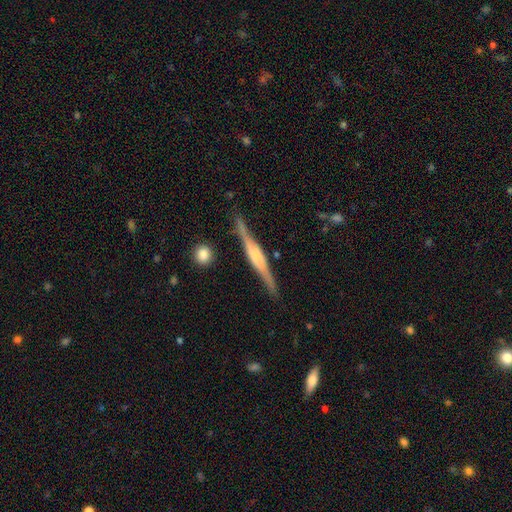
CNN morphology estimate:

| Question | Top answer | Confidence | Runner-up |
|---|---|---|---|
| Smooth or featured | featured or disk | 79% | smooth (15%) |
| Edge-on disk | yes | 97% | no (3%) |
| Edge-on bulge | rounded | 55% | boxy (36%) |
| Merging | none | 84% | minor disturbance (11%) |